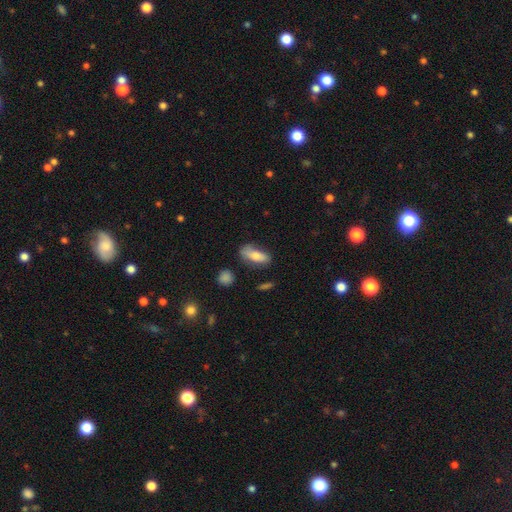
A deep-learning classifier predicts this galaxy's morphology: A smooth galaxy with no disk features (71%) that is in between round and cigar-shaped (70%).

Vote fractions:
- Smooth or featured? smooth: 71% / featured or disk: 23% / star or artifact: 7%
- How rounded? in between: 70% / cigar-shaped: 26% / round: 3%
- Merging? none: 71% / minor disturbance: 21% / major disturbance: 5% / merger: 3%